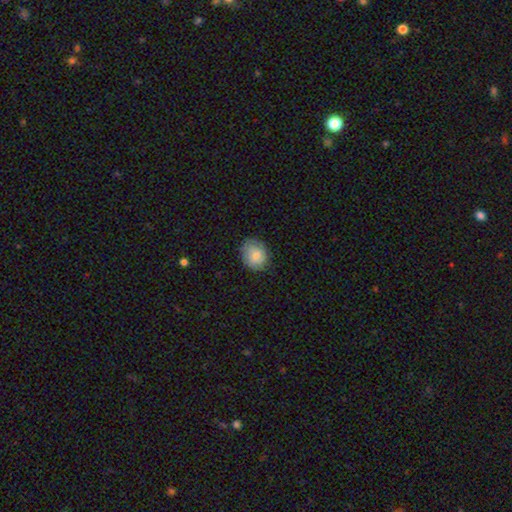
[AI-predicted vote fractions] Overall: smooth (76%). How rounded: round (64%; in between 36%). Merging: none (77%).